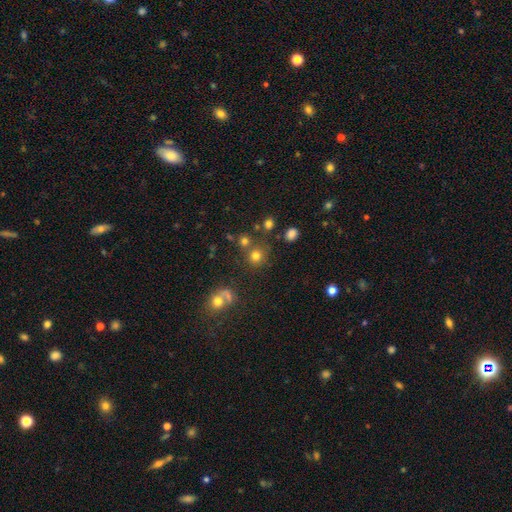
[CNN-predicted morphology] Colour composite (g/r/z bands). It shows a smooth galaxy with no disk features (74%) that is round (88%). Merging: none (70%).